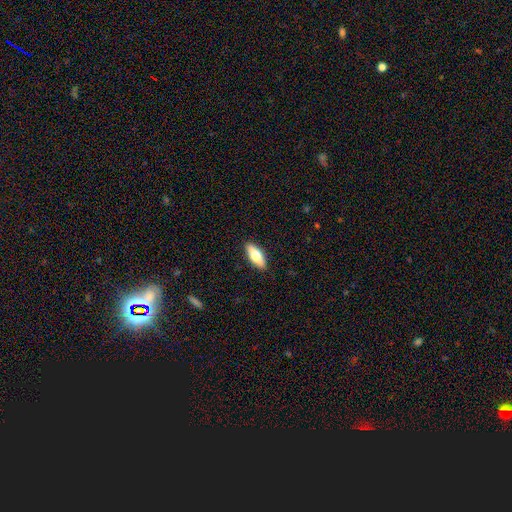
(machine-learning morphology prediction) type=smooth (67%); roundness=in between (72%); merging=none (89%).